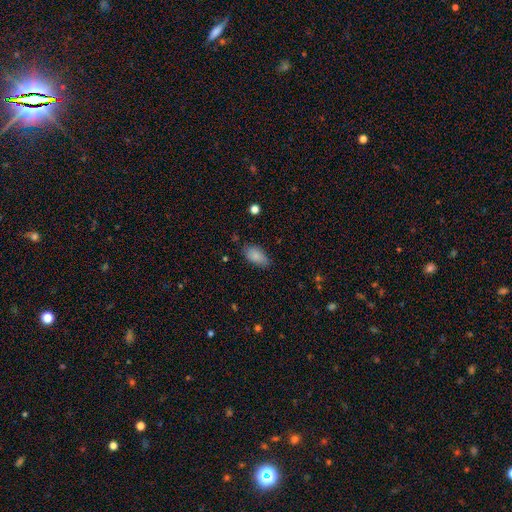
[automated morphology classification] smooth_or_featured: smooth (p=0.86) [alt: star or artifact p=0.08]
how_rounded: in between (p=0.93) [alt: round p=0.04]
merging: none (p=0.77) [alt: minor disturbance p=0.18]